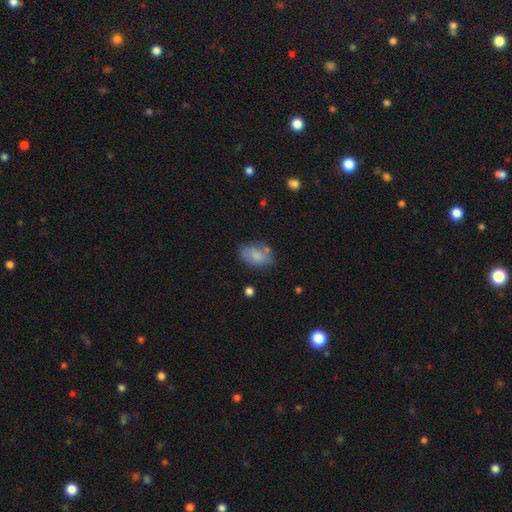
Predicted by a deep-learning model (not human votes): Smooth or featured?
  - smooth: 76% *
  - featured or disk: 16%
  - star or artifact: 8%
How rounded?
  - in between: 88% *
  - round: 10%
  - cigar-shaped: 2%
Merging?
  - none: 59% *
  - minor disturbance: 24%
  - merger: 10%
  - major disturbance: 7%